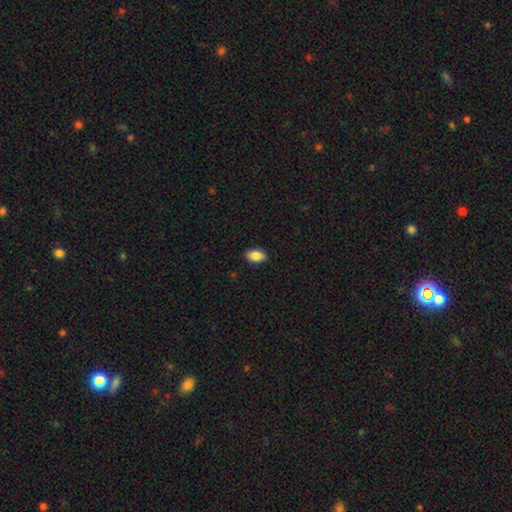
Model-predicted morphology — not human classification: A smooth galaxy with no disk features (87%) that is in between round and cigar-shaped (91%). Merging: none (89%).